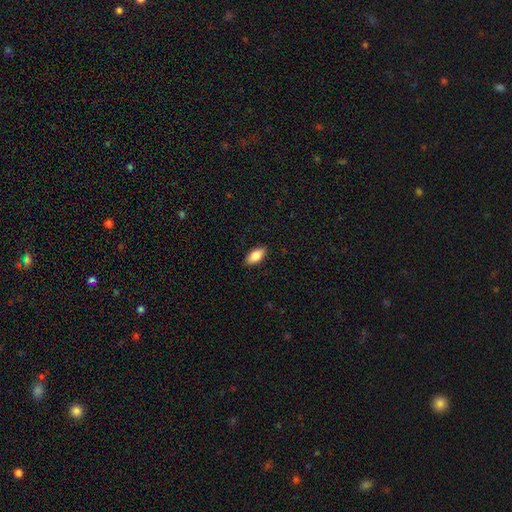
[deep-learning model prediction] A smooth galaxy with no disk features (84%) that is in between round and cigar-shaped (90%).

Vote fractions:
- Smooth or featured? smooth: 84% / featured or disk: 10% / star or artifact: 6%
- How rounded? in between: 90% / cigar-shaped: 7% / round: 3%
- Merging? none: 89% / minor disturbance: 8% / major disturbance: 2% / merger: 1%